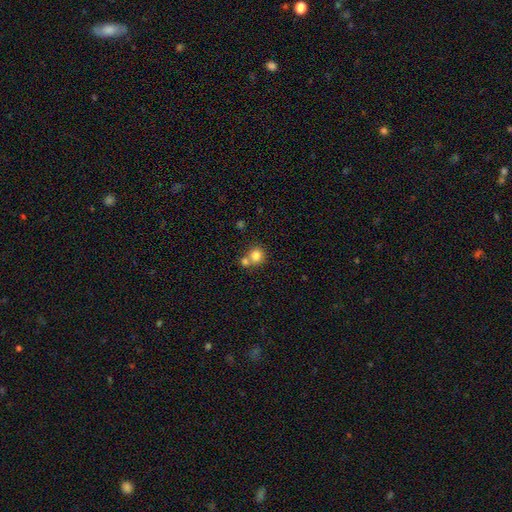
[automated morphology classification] Smooth or featured: smooth — 81% (star or artifact — 10%)
How rounded: round — 88% (in between — 11%)
Merging: none — 48% (merger — 42%)